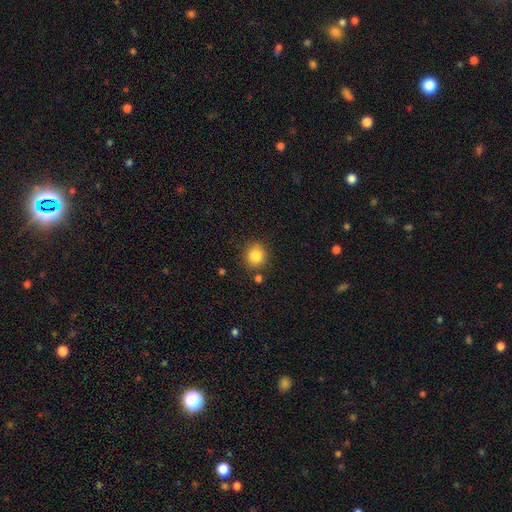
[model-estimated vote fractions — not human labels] A smooth galaxy with no disk features (84%) that is round (88%). Merging: none (82%).